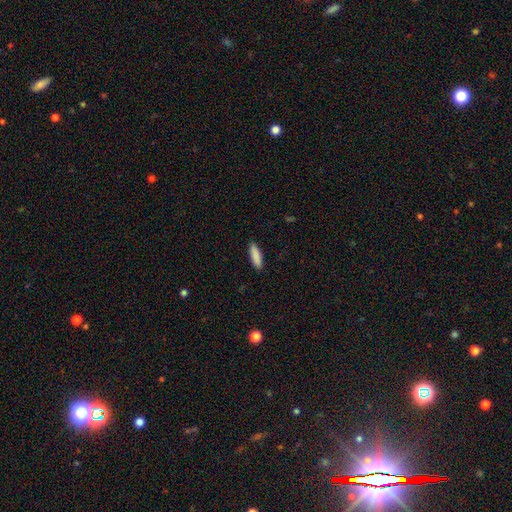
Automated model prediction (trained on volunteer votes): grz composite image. It shows a smooth galaxy with no disk features (89%) that is cigar-shaped (57%). Merging: none (90%).